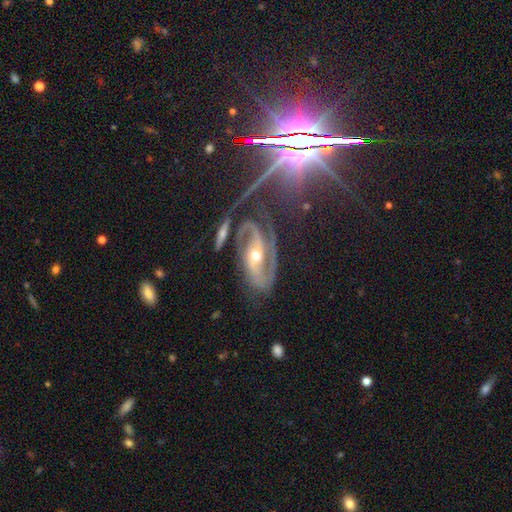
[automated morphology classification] smooth_or_featured: featured or disk (p=0.85) [alt: star or artifact p=0.08]
disk_edge_on: no (p=0.95) [alt: yes p=0.05]
bar: no (p=0.36) [alt: strong p=0.34]
has_spiral_arms: yes (p=0.95) [alt: no p=0.05]
spiral_winding: medium (p=0.49) [alt: tight p=0.34]
spiral_arm_count: 2 (p=0.80) [alt: 3 p=0.07]
bulge_size: moderate (p=0.58) [alt: small p=0.38]
merging: none (p=0.61) [alt: minor disturbance p=0.20]